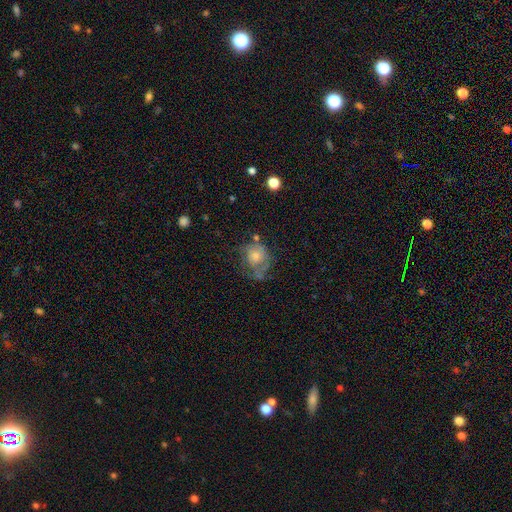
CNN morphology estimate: This appears to be a featured or disk galaxy (50%). Merging: none (36%).